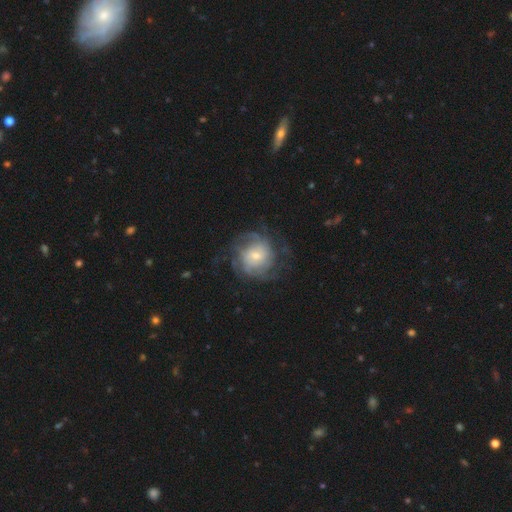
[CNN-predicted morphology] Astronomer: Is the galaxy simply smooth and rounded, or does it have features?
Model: featured or disk — 73%.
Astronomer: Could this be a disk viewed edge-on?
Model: no — 97%.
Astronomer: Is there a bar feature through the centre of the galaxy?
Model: no — 55% (runner-up: weak, 38%).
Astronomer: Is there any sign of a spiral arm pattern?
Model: yes — 89%.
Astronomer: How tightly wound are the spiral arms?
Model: tight — 50% (runner-up: medium, 34%).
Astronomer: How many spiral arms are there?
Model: can't tell — 44% (runner-up: 2, 21%).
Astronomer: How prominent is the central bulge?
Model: small — 52% (runner-up: moderate, 39%).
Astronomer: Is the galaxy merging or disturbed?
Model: none — 66%.